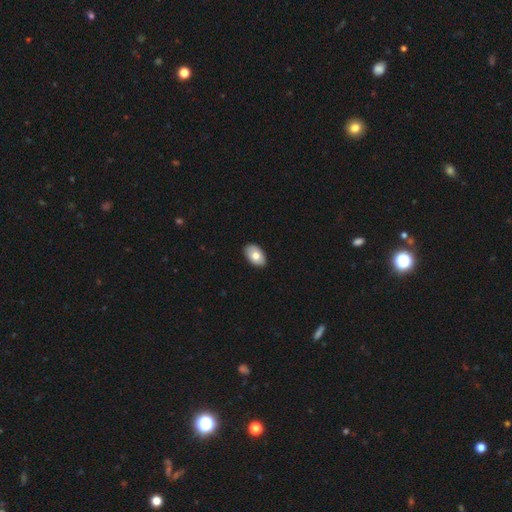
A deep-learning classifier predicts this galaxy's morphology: Smooth or featured? smooth (76%)
How rounded? in between (92%)
Merging? none (90%)